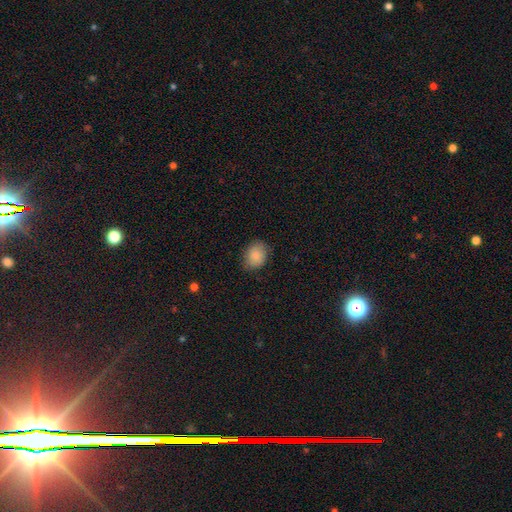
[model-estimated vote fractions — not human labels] This appears to be a smooth galaxy with no disk features (86%) that is in between round and cigar-shaped (55%). Merging: none (81%).